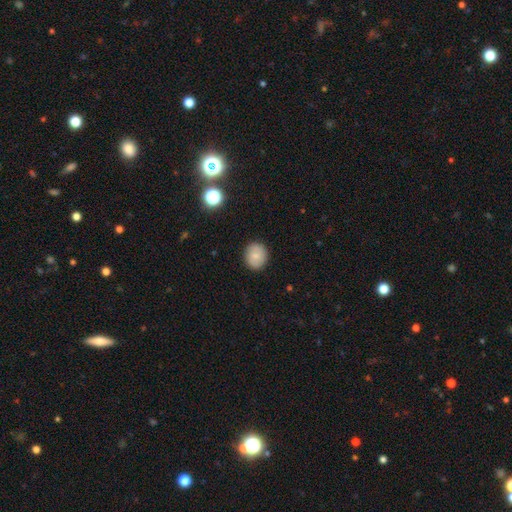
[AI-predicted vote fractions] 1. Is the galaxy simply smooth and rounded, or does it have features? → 76% smooth, 15% featured or disk, 9% star or artifact.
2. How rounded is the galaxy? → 75% round, 24% in between, 1% cigar-shaped.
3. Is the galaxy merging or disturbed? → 88% none, 8% minor disturbance, 2% major disturbance, 1% merger.